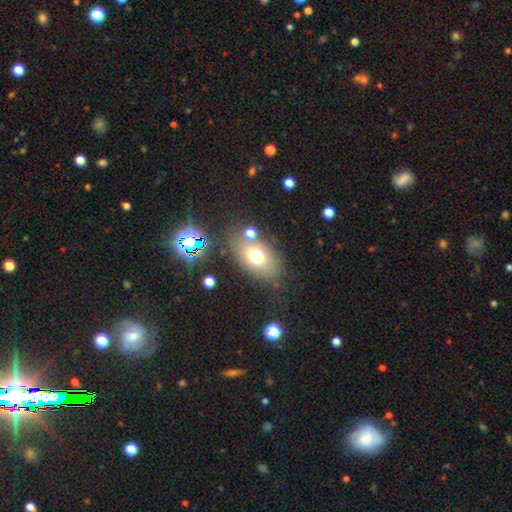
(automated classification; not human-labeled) smooth_or_featured: smooth (p=0.67) [alt: featured or disk p=0.17]
how_rounded: in between (p=0.77) [alt: round p=0.20]
merging: none (p=0.70) [alt: minor disturbance p=0.14]